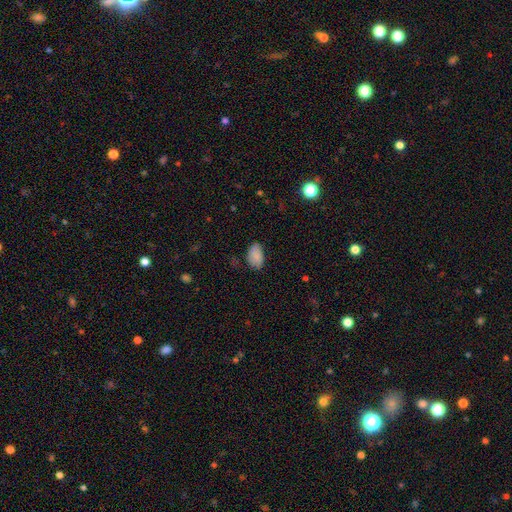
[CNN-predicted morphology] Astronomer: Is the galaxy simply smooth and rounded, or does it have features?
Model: smooth — 84%.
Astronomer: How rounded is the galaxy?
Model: in between — 92%.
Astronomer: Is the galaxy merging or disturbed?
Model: none — 71%.